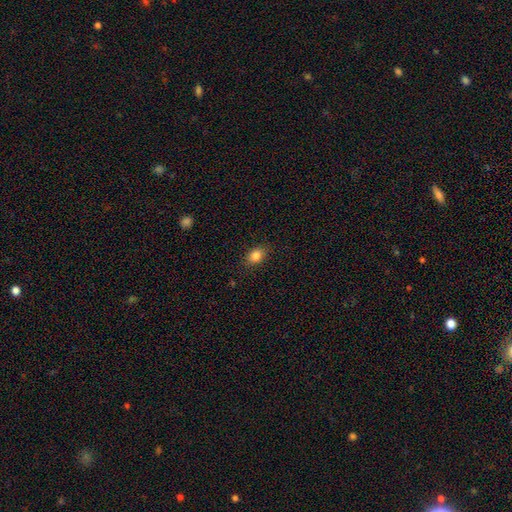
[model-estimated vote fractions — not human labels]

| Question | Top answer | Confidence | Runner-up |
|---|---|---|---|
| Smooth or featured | smooth | 85% | star or artifact (10%) |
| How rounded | in between | 70% | round (28%) |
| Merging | none | 85% | minor disturbance (11%) |